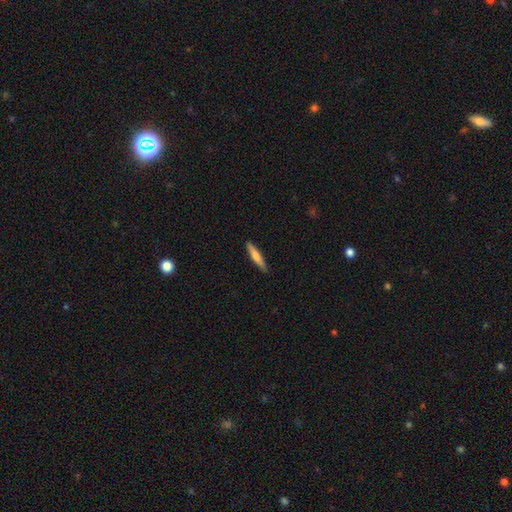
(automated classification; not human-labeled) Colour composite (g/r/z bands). It shows a smooth galaxy with no disk features (59%) that is cigar-shaped (89%). Merging: none (90%).